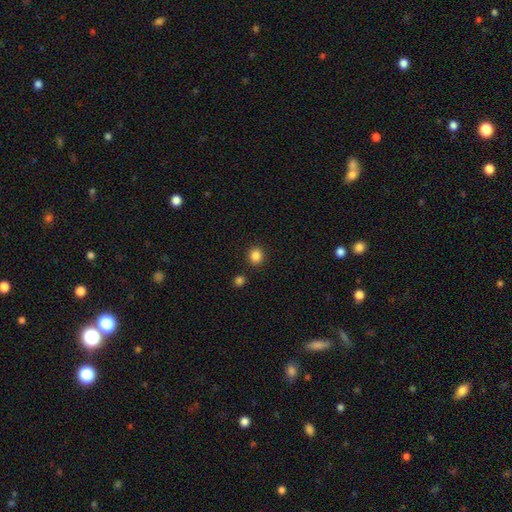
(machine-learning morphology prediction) The model was most divided on "how rounded": round: 83%, in between: 16%, cigar-shaped: 1%. More confident: merging — none (88%); smooth or featured — smooth (85%).